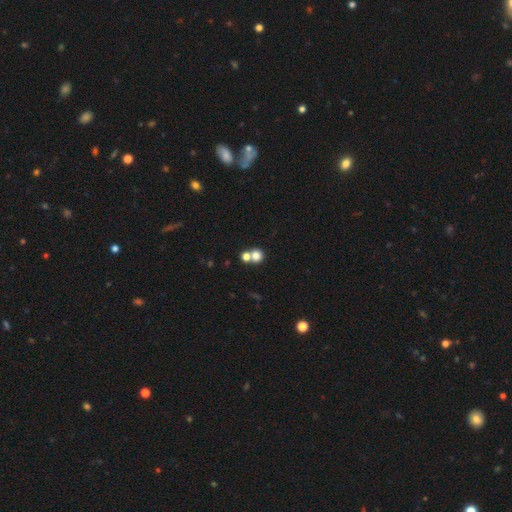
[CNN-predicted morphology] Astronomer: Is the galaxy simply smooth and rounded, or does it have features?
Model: smooth — 76%.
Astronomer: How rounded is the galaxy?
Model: round — 84%.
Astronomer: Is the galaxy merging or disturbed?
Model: none — 45%, tied with merger at 45%.